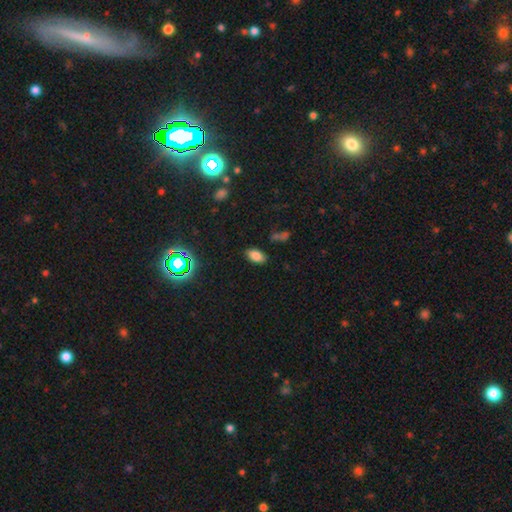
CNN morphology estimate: This is likely a smooth galaxy (79%). How rounded: clearly in between (92%). Merging: clearly none (84%).